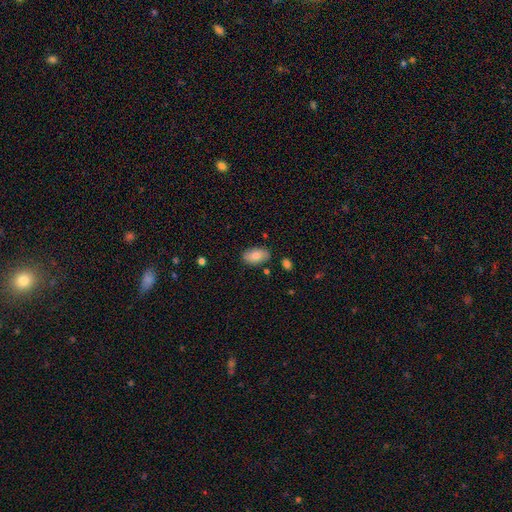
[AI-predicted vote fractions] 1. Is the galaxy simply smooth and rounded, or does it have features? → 81% smooth, 12% featured or disk, 7% star or artifact.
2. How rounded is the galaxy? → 93% in between, 5% round, 2% cigar-shaped.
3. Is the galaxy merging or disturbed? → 82% none, 13% minor disturbance, 3% merger, 2% major disturbance.